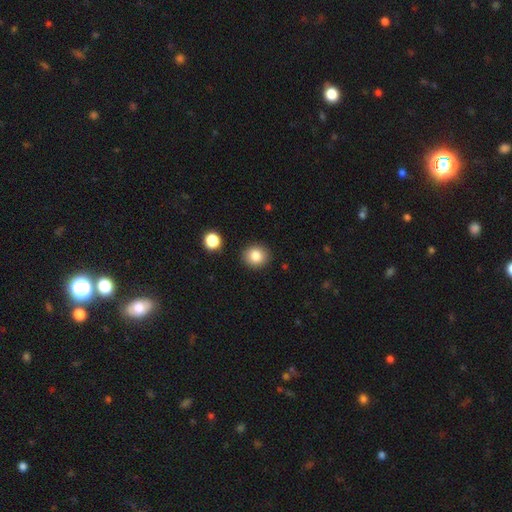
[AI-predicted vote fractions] This appears to be a smooth galaxy with no disk features (83%) that is round (84%). Merging: none (89%).